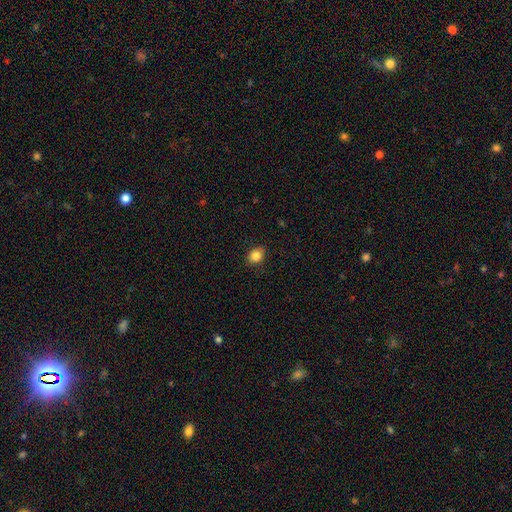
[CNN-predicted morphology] This is clearly a smooth galaxy (86%). How rounded: possibly round (50%). Merging: clearly none (88%).